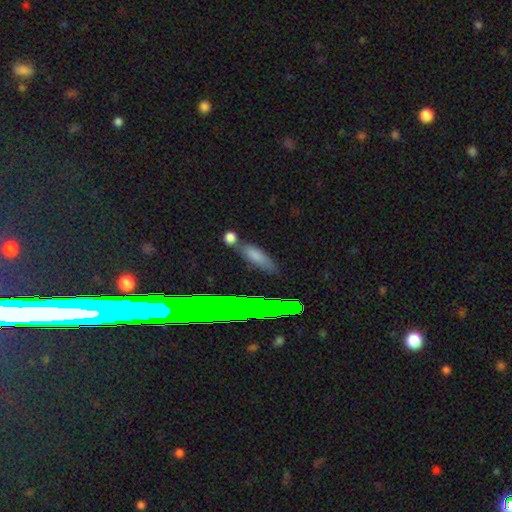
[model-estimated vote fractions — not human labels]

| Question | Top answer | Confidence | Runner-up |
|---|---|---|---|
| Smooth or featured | smooth | 68% | featured or disk (17%) |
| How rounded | cigar-shaped | 48% | in between (46%) |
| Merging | none | 68% | minor disturbance (16%) |